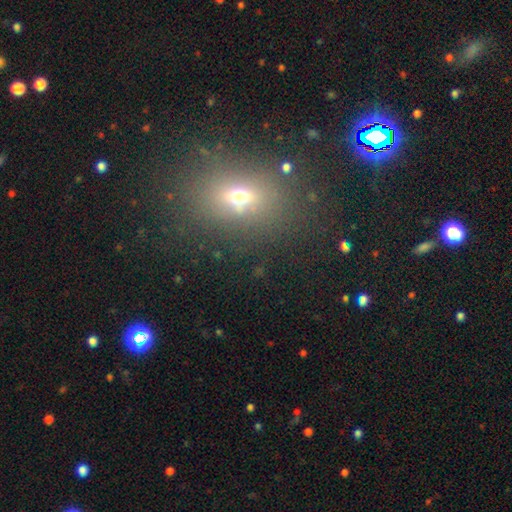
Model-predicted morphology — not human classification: Smooth or featured?
  - smooth: 52% *
  - star or artifact: 37%
  - featured or disk: 11%
How rounded?
  - in between: 61% *
  - round: 36%
  - cigar-shaped: 3%
Merging?
  - none: 85% *
  - minor disturbance: 8%
  - major disturbance: 4%
  - merger: 2%